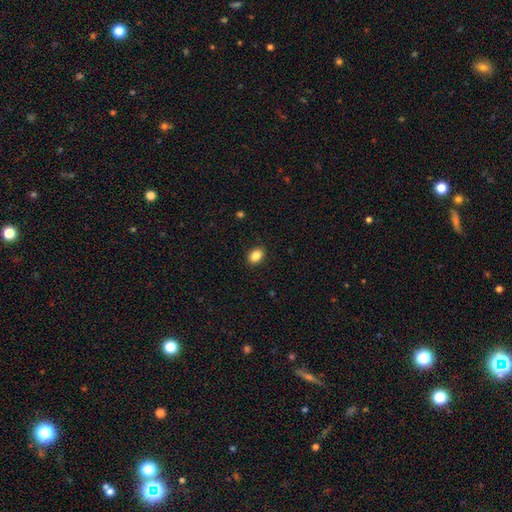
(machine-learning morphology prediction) Overall: smooth (87%). How rounded: in between (73%). Merging: none (90%).